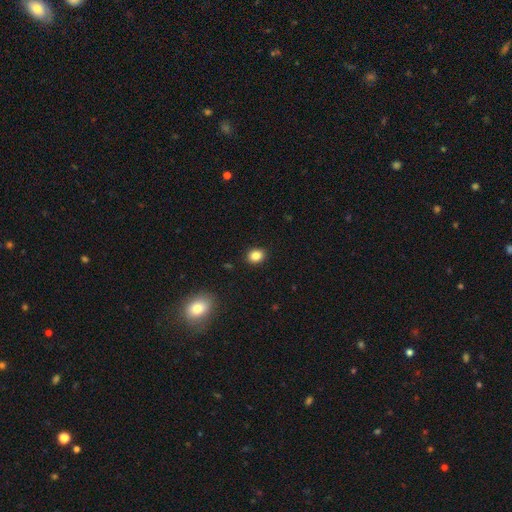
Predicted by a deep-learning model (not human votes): This appears to be a smooth galaxy with no disk features (85%) that is round (55%). Merging: none (90%).